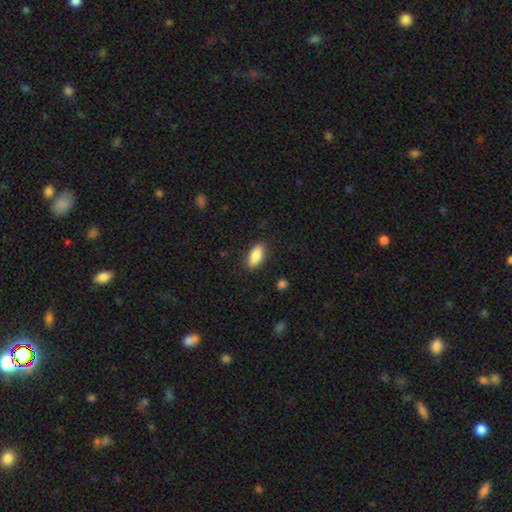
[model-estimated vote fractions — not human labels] A smooth galaxy with no disk features (88%) that is in between round and cigar-shaped (88%). Merging: none (86%).